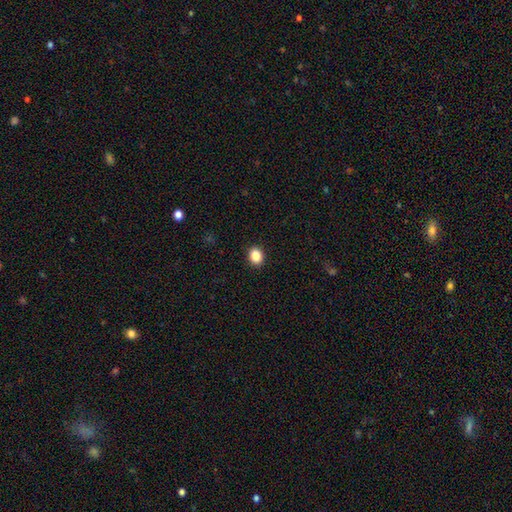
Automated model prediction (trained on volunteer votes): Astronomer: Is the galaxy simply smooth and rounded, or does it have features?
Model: smooth — 87%.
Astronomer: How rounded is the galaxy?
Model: round — 50% (runner-up: in between, 49%).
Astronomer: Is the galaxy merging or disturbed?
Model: none — 91%.